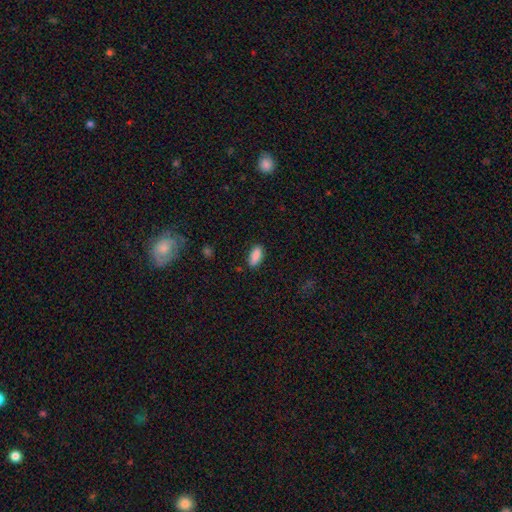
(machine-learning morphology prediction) smooth_or_featured: smooth (p=0.88) [alt: star or artifact p=0.07]
how_rounded: in between (p=0.85) [alt: cigar-shaped p=0.13]
merging: none (p=0.85) [alt: minor disturbance p=0.11]